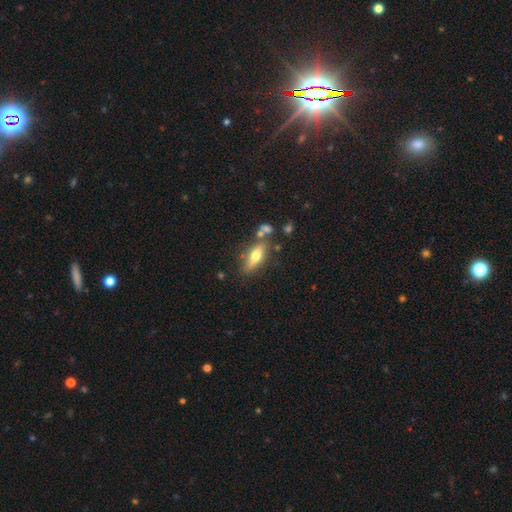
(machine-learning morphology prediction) This appears to be a smooth galaxy with no disk features (62%) that is in between round and cigar-shaped (63%). Merging: none (70%).